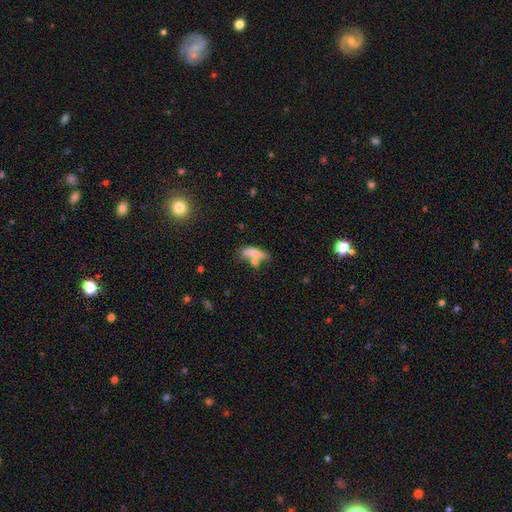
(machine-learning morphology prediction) The model was most divided on "how rounded": in between: 51%, cigar-shaped: 46%, round: 3%. Remaining: smooth or featured — smooth (73%); merging — none (42%).